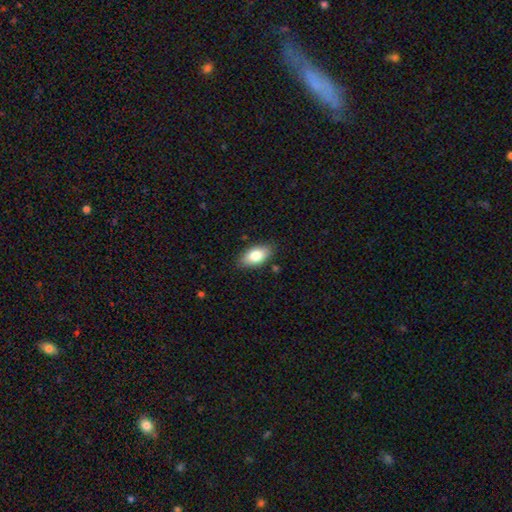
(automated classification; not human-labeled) Overall: smooth (82%). How rounded: in between (92%). Merging: none (84%).